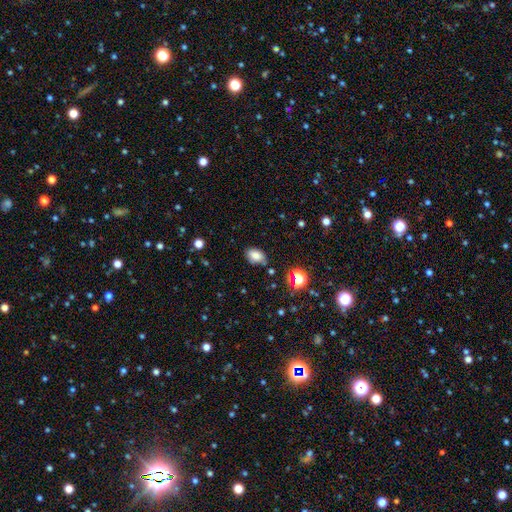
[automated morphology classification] The model was most divided on "merging": none: 76%, minor disturbance: 17%, major disturbance: 4%, merger: 4%. More confident: how rounded — in between (84%); smooth or featured — smooth (80%).